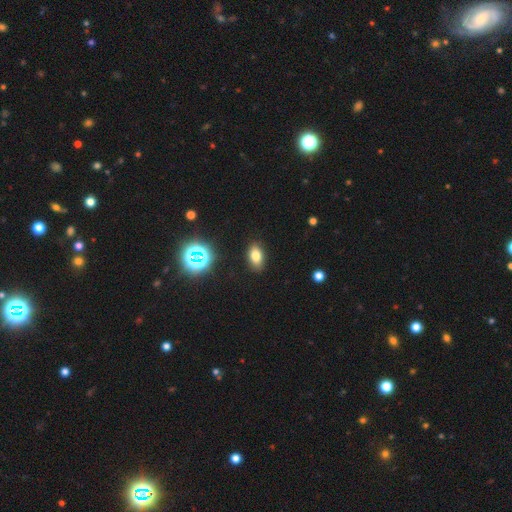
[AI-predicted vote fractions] Q: Smooth or featured?
A: smooth (74%); runner-up: star or artifact (16%)
Q: How rounded?
A: in between (88%); runner-up: round (9%)
Q: Merging?
A: none (87%); runner-up: minor disturbance (9%)